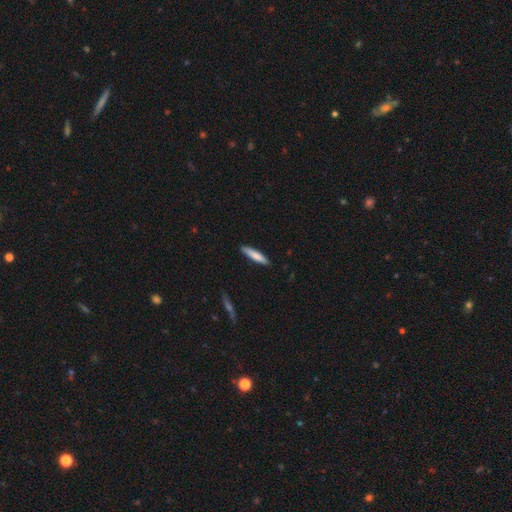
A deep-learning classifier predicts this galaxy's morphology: Smooth or featured? smooth (79%)
How rounded? cigar-shaped (87%)
Merging? none (89%)